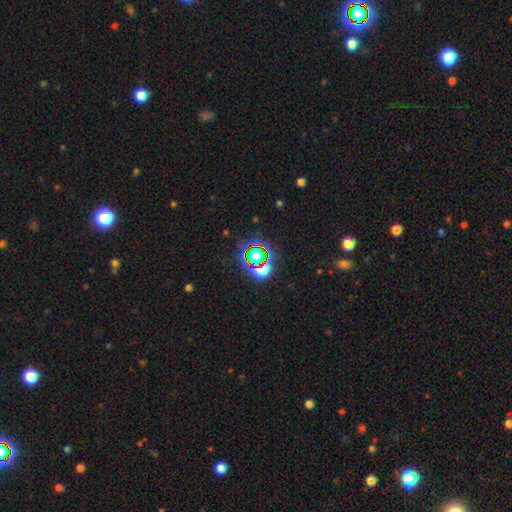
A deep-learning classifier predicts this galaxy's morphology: This appears to be a star or artifact, not a galaxy (64%).